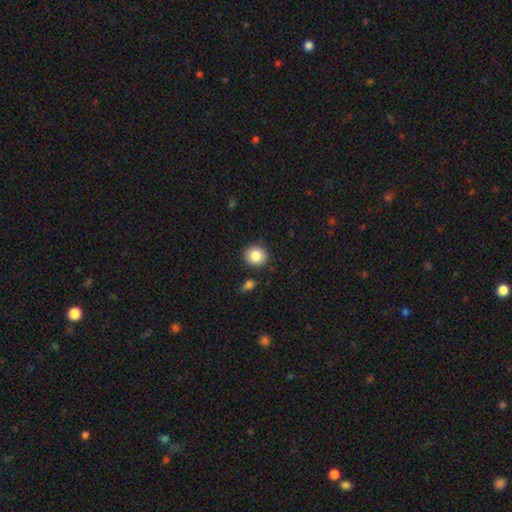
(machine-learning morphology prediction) smooth_or_featured: smooth (p=0.86) [alt: star or artifact p=0.08]
how_rounded: round (p=0.82) [alt: in between p=0.17]
merging: none (p=0.87) [alt: minor disturbance p=0.08]